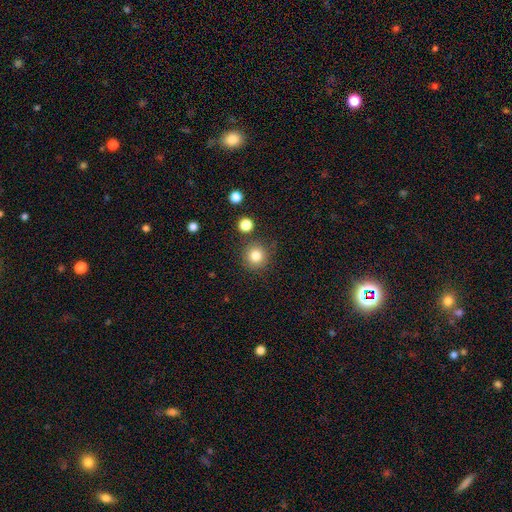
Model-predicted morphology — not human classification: A smooth galaxy with no disk features (83%) that is round (94%).

Vote fractions:
- Smooth or featured? smooth: 83% / star or artifact: 11% / featured or disk: 7%
- How rounded? round: 94% / in between: 5% / cigar-shaped: 1%
- Merging? none: 84% / minor disturbance: 9% / merger: 4% / major disturbance: 3%